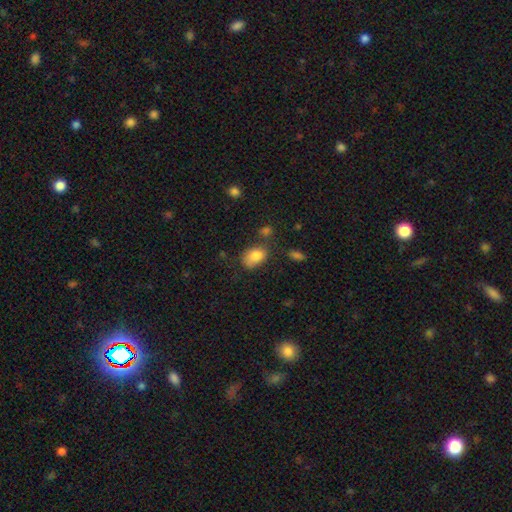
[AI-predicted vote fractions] Smooth or featured? smooth (82%)
How rounded? in between (81%)
Merging? none (50%)